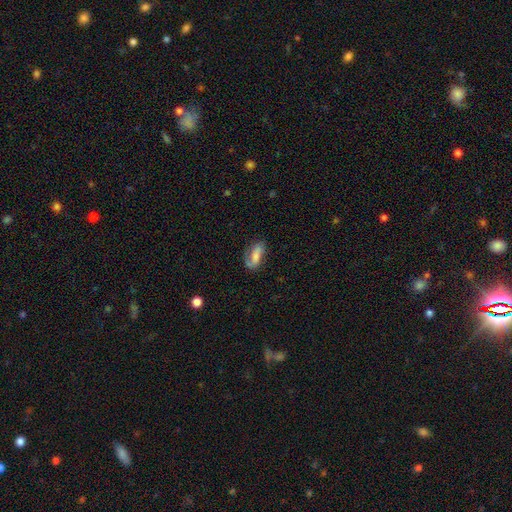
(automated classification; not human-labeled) A smooth galaxy with no disk features (52%) that is in between round and cigar-shaped (81%).

Vote fractions:
- Smooth or featured? smooth: 52% / featured or disk: 41% / star or artifact: 8%
- How rounded? in between: 81% / cigar-shaped: 15% / round: 4%
- Merging? none: 60% / minor disturbance: 24% / major disturbance: 13% / merger: 2%